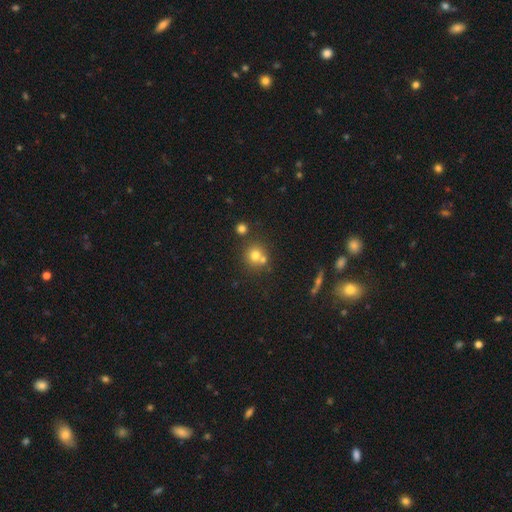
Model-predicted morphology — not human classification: The model was most divided on "merging": none: 59%, merger: 30%, minor disturbance: 8%, major disturbance: 3%. More confident: how rounded — round (89%); smooth or featured — smooth (73%).